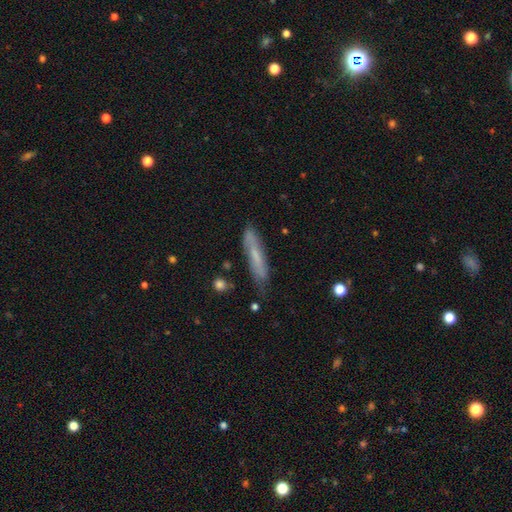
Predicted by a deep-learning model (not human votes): Morphology: type=smooth (55%); roundness=cigar-shaped (86%); merging=none (73%).